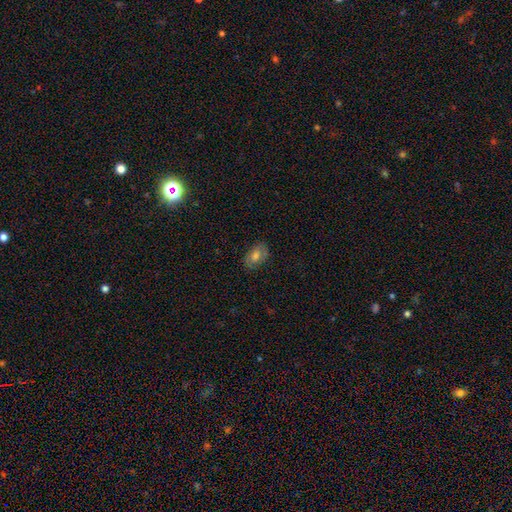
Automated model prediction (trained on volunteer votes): Q: Smooth or featured?
A: smooth (58%); runner-up: featured or disk (30%)
Q: How rounded?
A: in between (86%); runner-up: round (13%)
Q: Merging?
A: none (81%); runner-up: minor disturbance (14%)